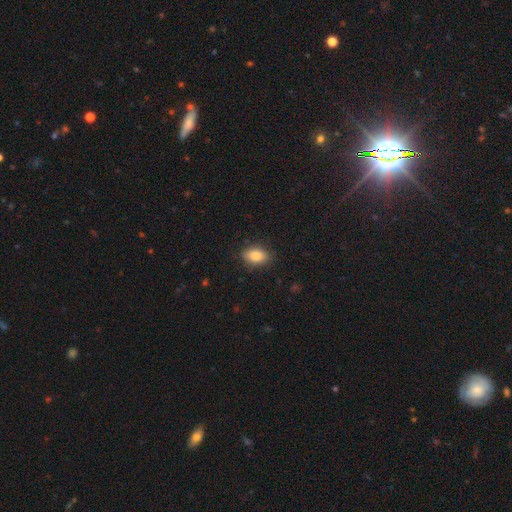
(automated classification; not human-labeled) This is clearly a smooth galaxy (84%). How rounded: clearly in between (86%). Merging: clearly none (86%).